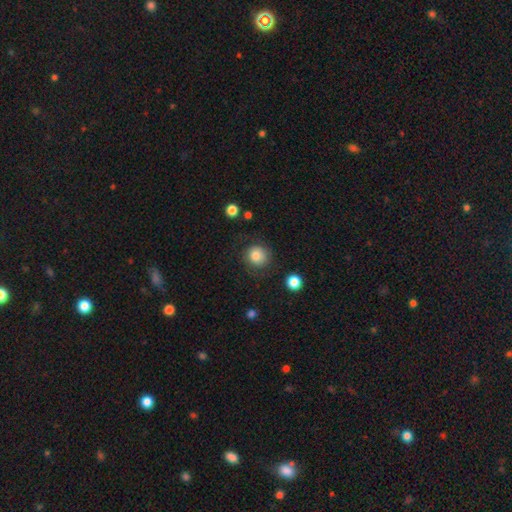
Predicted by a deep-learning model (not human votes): Smooth or featured? Predicted: smooth (p=0.81). How rounded? Predicted: round (p=0.90). Merging? Predicted: none (p=0.80).